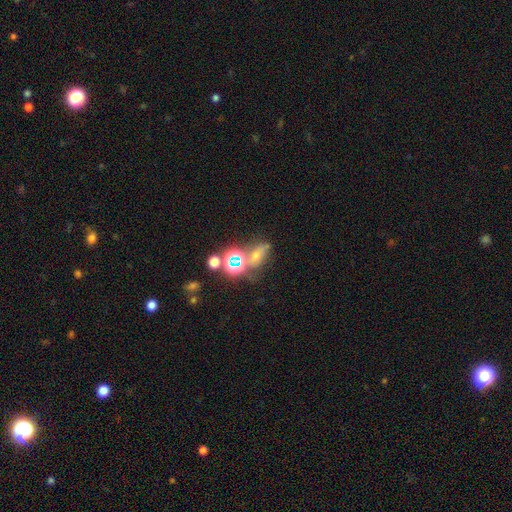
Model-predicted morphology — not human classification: A star or artifact, not a galaxy (50%).

Vote fractions:
- Smooth or featured? star or artifact: 50% / smooth: 28% / featured or disk: 22%